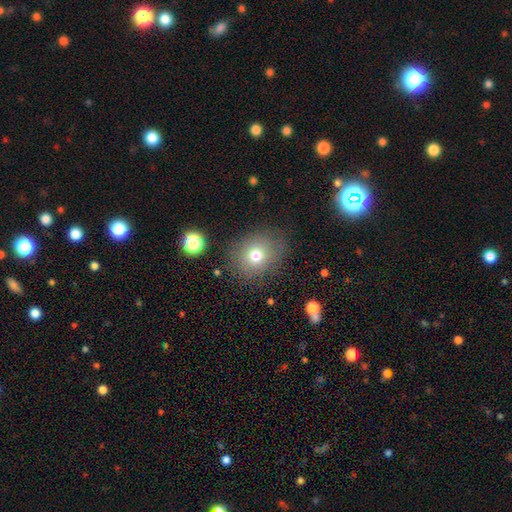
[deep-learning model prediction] Smooth or featured?
  - smooth: 74% *
  - featured or disk: 13%
  - star or artifact: 13%
How rounded?
  - round: 62% *
  - in between: 37%
  - cigar-shaped: 1%
Merging?
  - none: 77% *
  - minor disturbance: 14%
  - major disturbance: 6%
  - merger: 2%